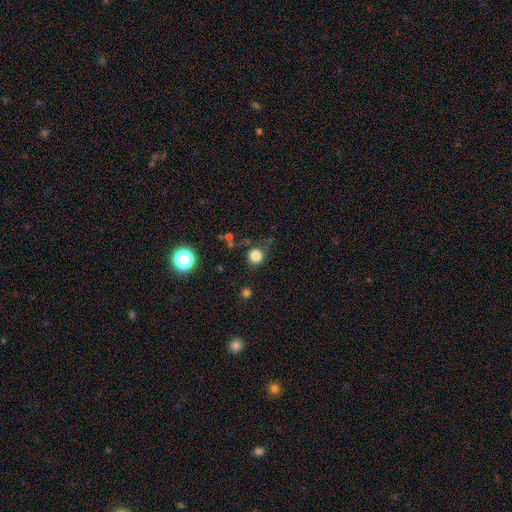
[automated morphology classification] smooth_or_featured: smooth (p=0.82) [alt: star or artifact p=0.14]
how_rounded: round (p=0.91) [alt: in between p=0.08]
merging: none (p=0.78) [alt: minor disturbance p=0.13]